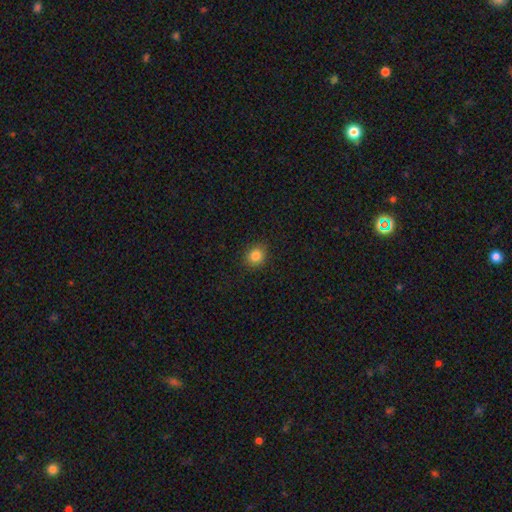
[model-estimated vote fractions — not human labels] The model was most divided on "how rounded": round: 84%, in between: 15%, cigar-shaped: 1%. More confident: merging — none (89%); smooth or featured — smooth (84%).